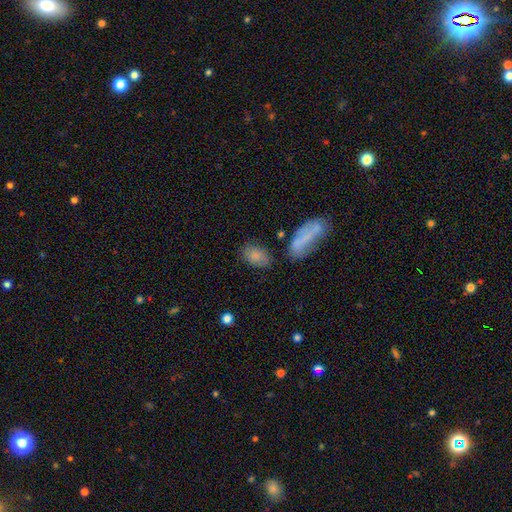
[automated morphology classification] Smooth or featured: smooth — 81% (featured or disk — 11%)
How rounded: in between — 88% (round — 10%)
Merging: none — 68% (minor disturbance — 18%)